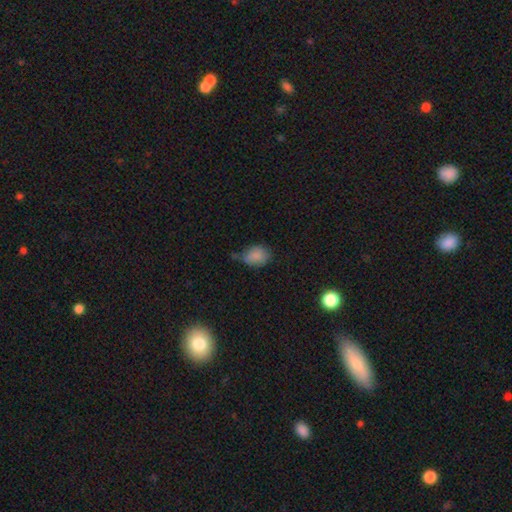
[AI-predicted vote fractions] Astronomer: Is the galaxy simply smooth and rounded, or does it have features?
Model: smooth — 83%.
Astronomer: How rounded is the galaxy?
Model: in between — 62% (runner-up: round, 37%).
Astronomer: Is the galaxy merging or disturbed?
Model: none — 49% (runner-up: minor disturbance, 35%).